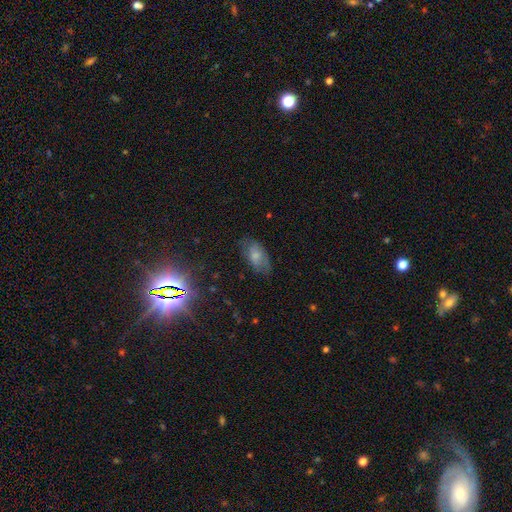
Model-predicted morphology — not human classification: Smooth or featured? Predicted: smooth (p=0.68). How rounded? Predicted: in between (p=0.92). Merging? Predicted: none (p=0.66).